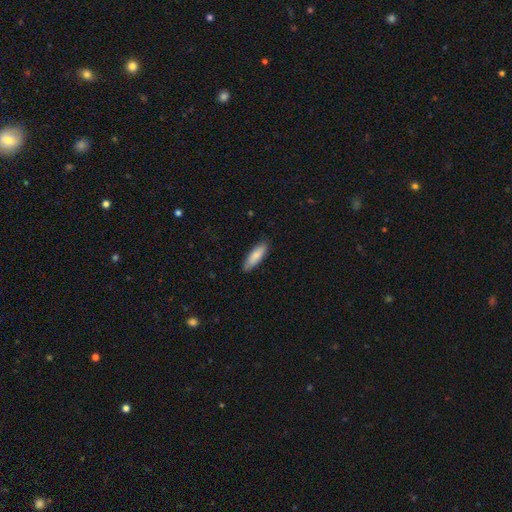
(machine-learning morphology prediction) A smooth galaxy with no disk features (84%) that is cigar-shaped (54%).

Vote fractions:
- Smooth or featured? smooth: 84% / featured or disk: 10% / star or artifact: 5%
- How rounded? cigar-shaped: 54% / in between: 44% / round: 1%
- Merging? none: 87% / minor disturbance: 10% / major disturbance: 2% / merger: 1%